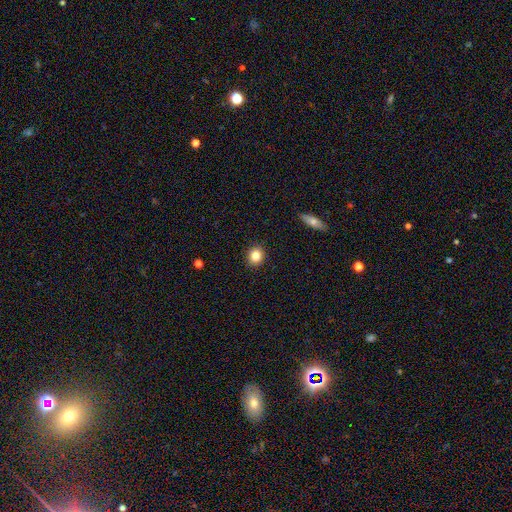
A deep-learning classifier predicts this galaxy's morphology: Overall: smooth (83%). How rounded: round (81%). Merging: none (91%).